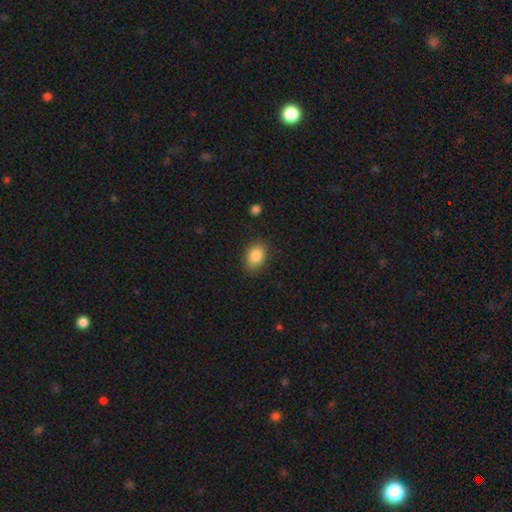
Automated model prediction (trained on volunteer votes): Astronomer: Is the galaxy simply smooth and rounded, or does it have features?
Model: smooth — 86%.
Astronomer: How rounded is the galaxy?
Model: in between — 77%.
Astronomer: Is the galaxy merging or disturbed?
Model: none — 84%.